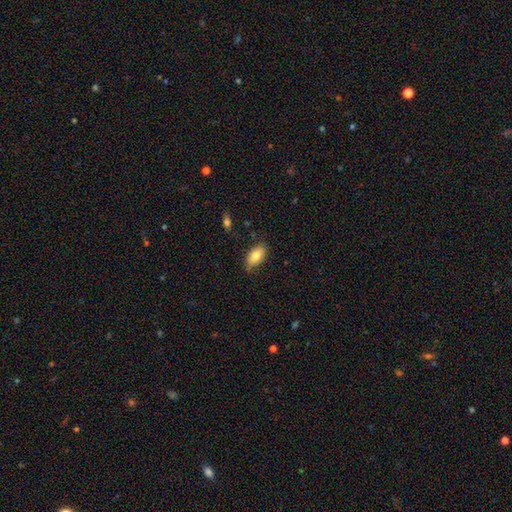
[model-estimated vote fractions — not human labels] Morphology: type=smooth (81%); roundness=in between (92%); merging=none (72%).